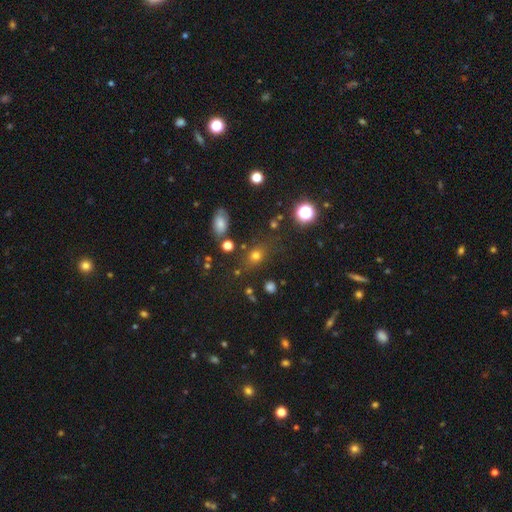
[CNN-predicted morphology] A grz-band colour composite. It shows a smooth galaxy with no disk features (69%) that is round (50%). Merging: none (73%).